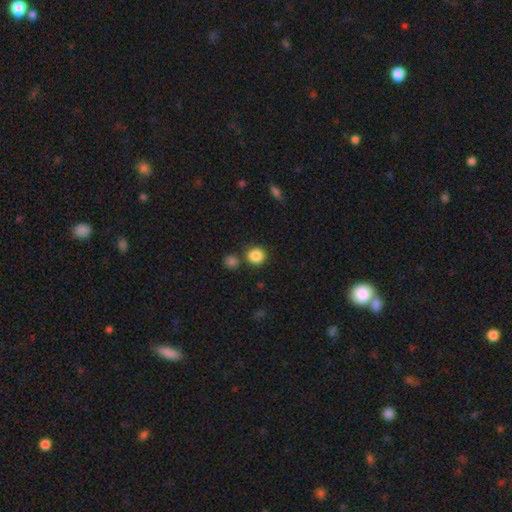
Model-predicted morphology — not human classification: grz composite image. It shows a smooth galaxy with no disk features (86%) that is round (91%). Merging: none (80%).